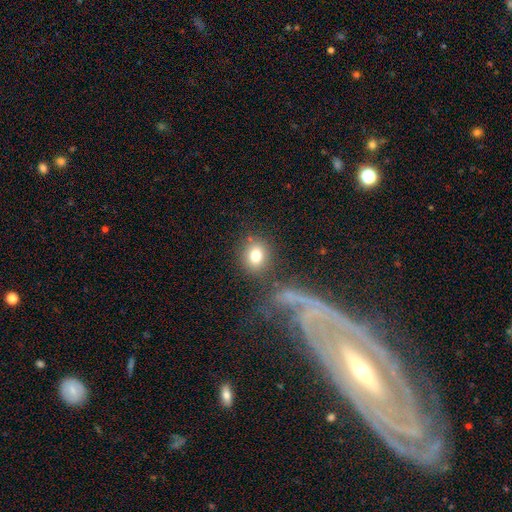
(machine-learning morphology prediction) Overall: smooth (78%). How rounded: round (68%; in between 31%). Merging: none (75%).